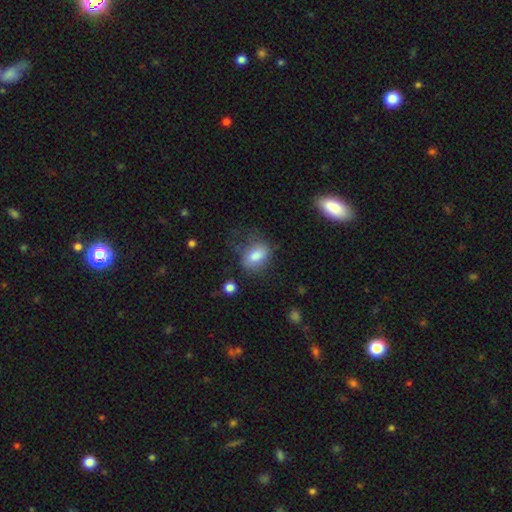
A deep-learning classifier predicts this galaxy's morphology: This is likely a smooth galaxy (77%). How rounded: likely in between (77%). Merging: possibly none (50%).